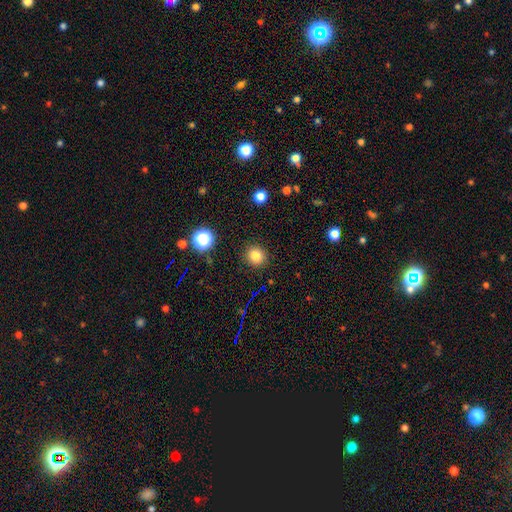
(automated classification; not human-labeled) Q: Smooth or featured?
A: smooth (81%); runner-up: star or artifact (13%)
Q: How rounded?
A: round (88%); runner-up: in between (11%)
Q: Merging?
A: none (91%); runner-up: minor disturbance (6%)